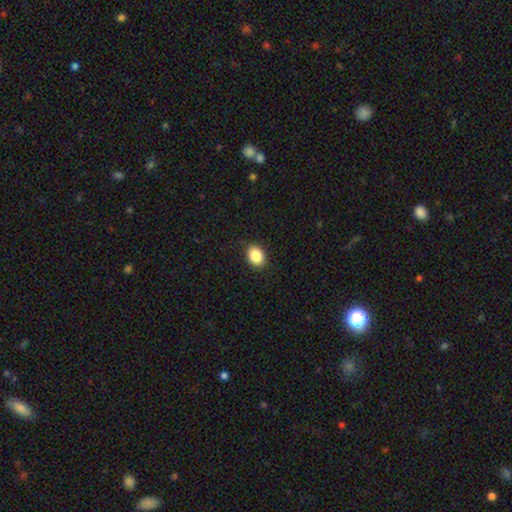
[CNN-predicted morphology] This is clearly a smooth galaxy (87%). How rounded: likely in between (63%). Merging: clearly none (89%).